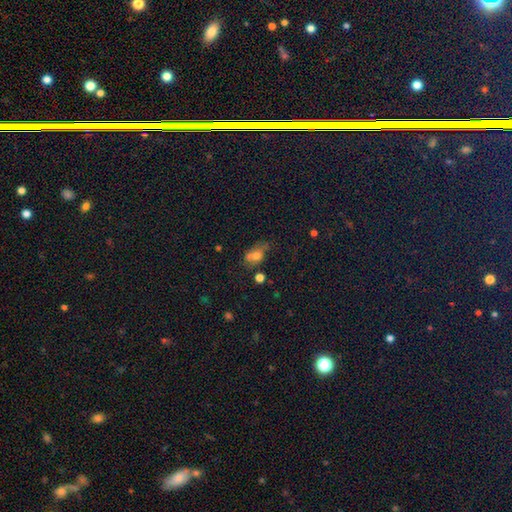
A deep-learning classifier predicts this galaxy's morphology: Overall: smooth (68%). How rounded: in between (72%). Merging: none (39%; minor disturbance 26%).